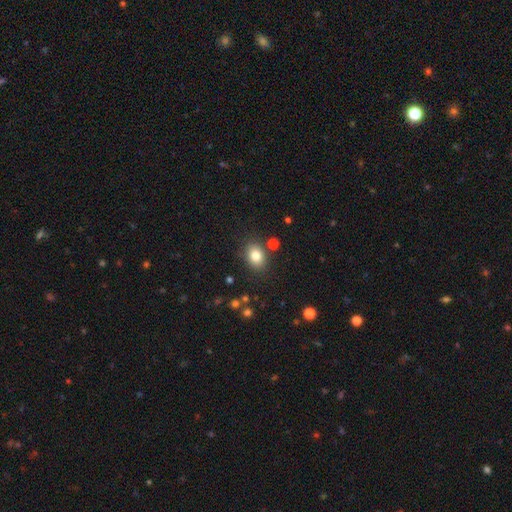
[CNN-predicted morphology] smooth-or-featured: smooth: 81% | star or artifact: 10% | featured or disk: 9%
  how-rounded: in between: 65% | round: 34% | cigar-shaped: 1%
  merging: none: 83% | minor disturbance: 10% | merger: 4% | major disturbance: 3%